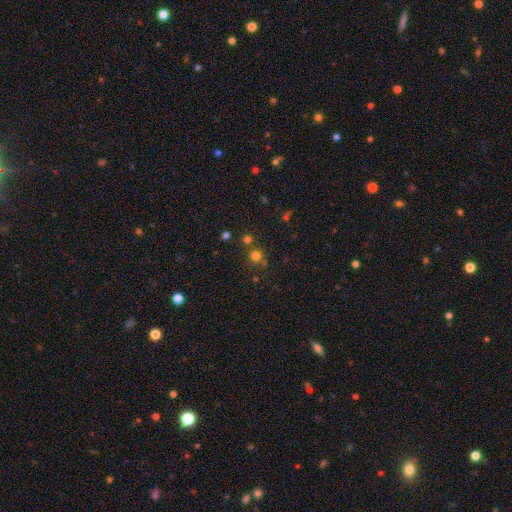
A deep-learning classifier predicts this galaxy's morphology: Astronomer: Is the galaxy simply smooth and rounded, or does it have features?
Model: smooth — 70%.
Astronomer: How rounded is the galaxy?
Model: round — 90%.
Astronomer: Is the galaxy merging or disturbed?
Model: none — 71%.